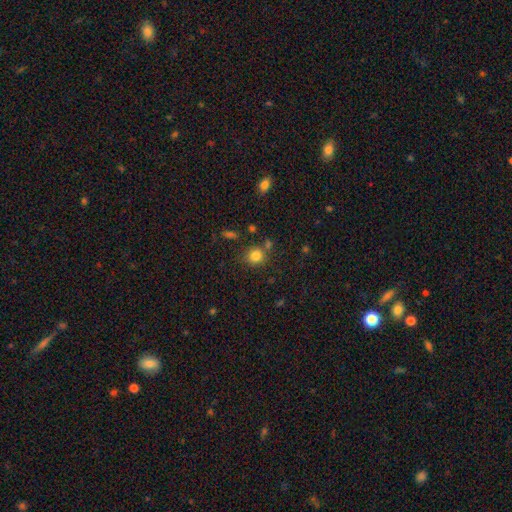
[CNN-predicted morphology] smooth_or_featured: smooth (p=0.82) [alt: star or artifact p=0.12]
how_rounded: round (p=0.84) [alt: in between p=0.15]
merging: none (p=0.75) [alt: minor disturbance p=0.12]